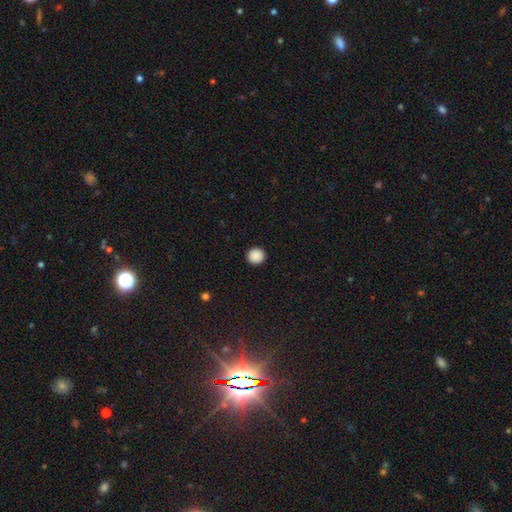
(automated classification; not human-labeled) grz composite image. It shows a smooth galaxy with no disk features (89%) that is round (95%). Merging: none (94%).